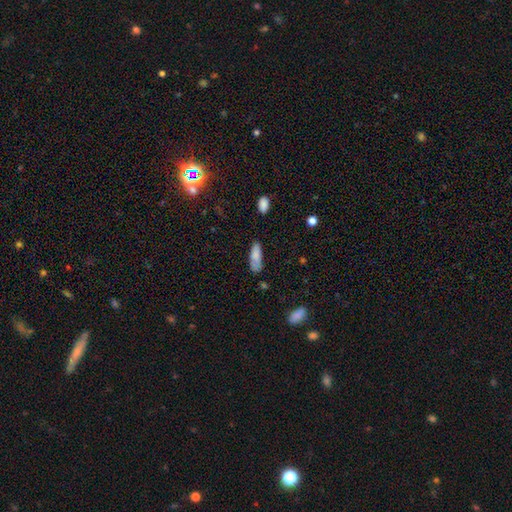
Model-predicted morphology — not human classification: smooth-or-featured: smooth: 81% | featured or disk: 11% | star or artifact: 8%
  how-rounded: in between: 61% | cigar-shaped: 37% | round: 2%
  merging: none: 61% | minor disturbance: 27% | major disturbance: 8% | merger: 4%